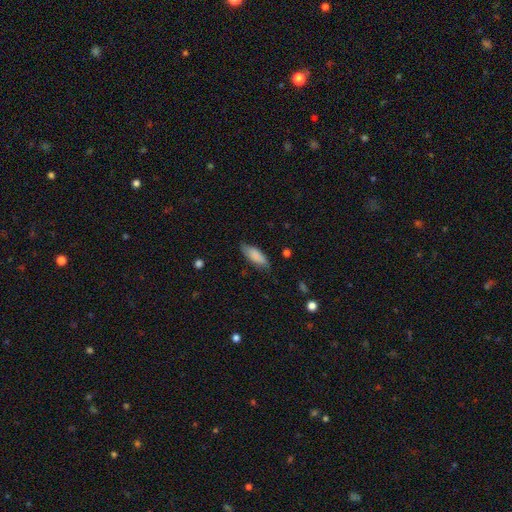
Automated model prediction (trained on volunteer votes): smooth 85%, featured or disk 9%, star or artifact 6%. Down the decision tree: how rounded — in between (68%); merging — none (76%).